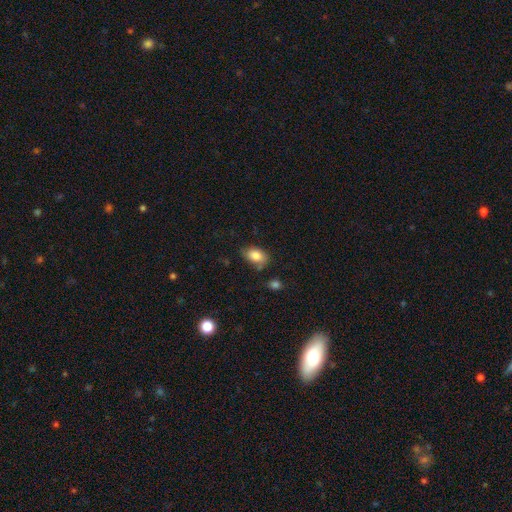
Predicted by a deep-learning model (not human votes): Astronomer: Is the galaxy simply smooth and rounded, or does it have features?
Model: smooth — 84%.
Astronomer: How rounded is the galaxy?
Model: in between — 88%.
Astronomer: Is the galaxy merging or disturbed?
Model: none — 70%.